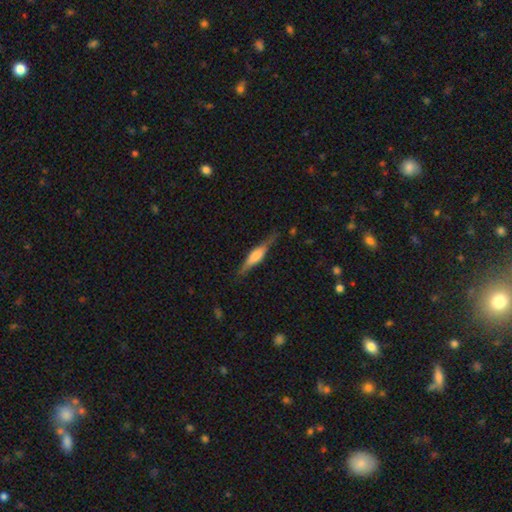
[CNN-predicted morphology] featured or disk 52%, smooth 41%, star or artifact 6%. Down the decision tree: edge-on disk — yes (94%); merging — none (77%).